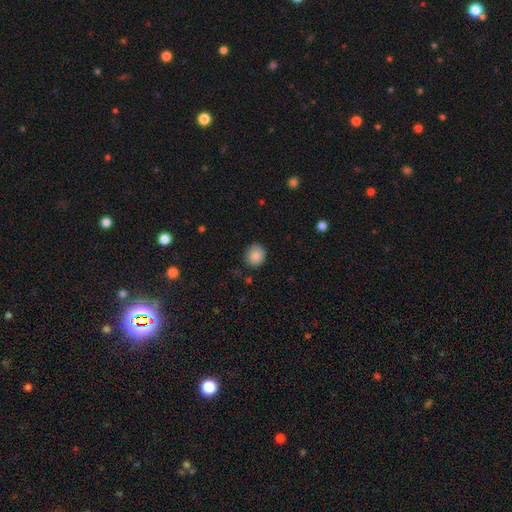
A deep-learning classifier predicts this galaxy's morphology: Overall: smooth (87%). How rounded: round (76%). Merging: none (81%).